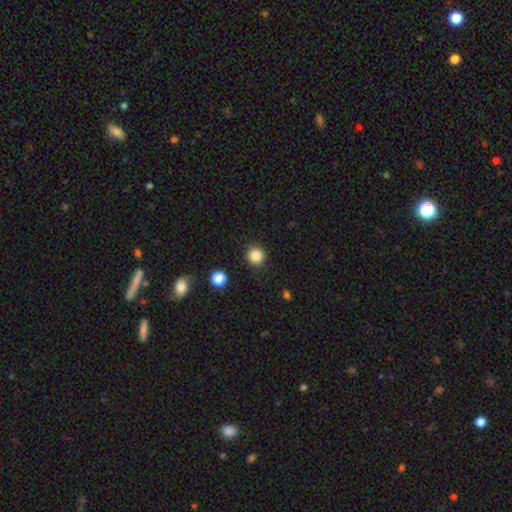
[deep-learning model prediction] Morphology: type=smooth (85%); roundness=round (93%); merging=none (91%).